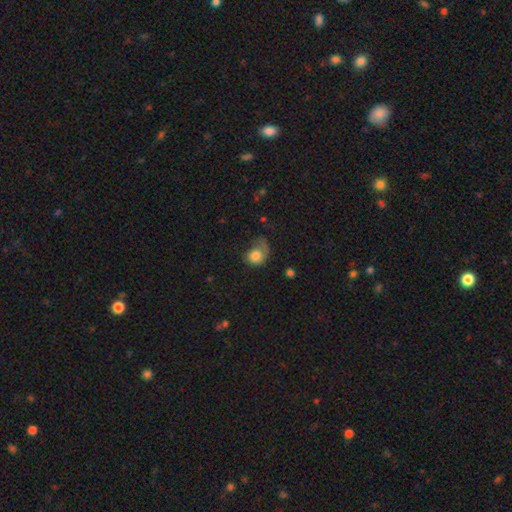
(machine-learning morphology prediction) type=smooth (75%); roundness=round (53%); merging=major disturbance (44%).